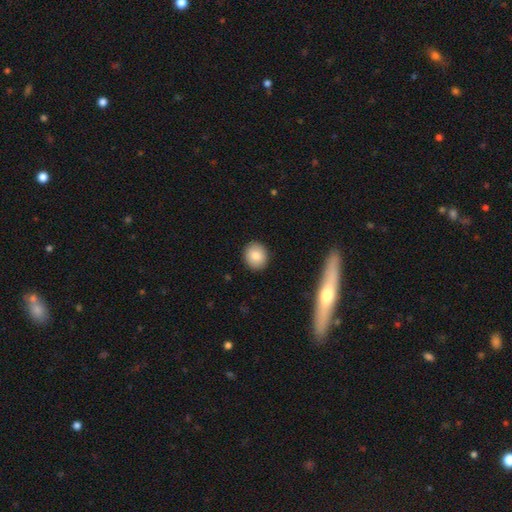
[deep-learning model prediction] This appears to be a smooth galaxy with no disk features (84%) that is round (74%). Merging: none (91%).